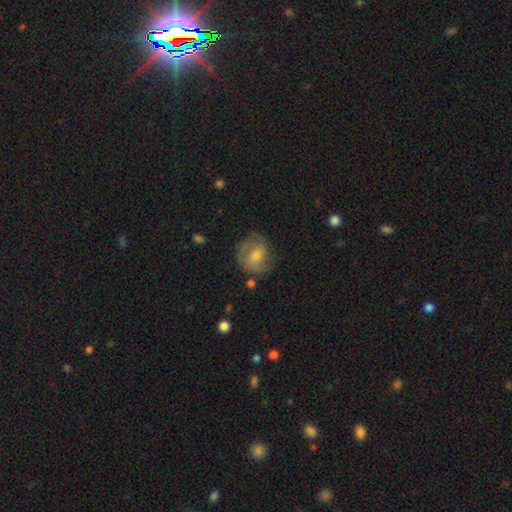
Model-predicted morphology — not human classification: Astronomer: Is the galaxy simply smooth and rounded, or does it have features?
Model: featured or disk — 51% (runner-up: smooth, 39%).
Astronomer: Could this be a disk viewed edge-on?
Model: no — 96%.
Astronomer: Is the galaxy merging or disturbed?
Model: none — 65%.